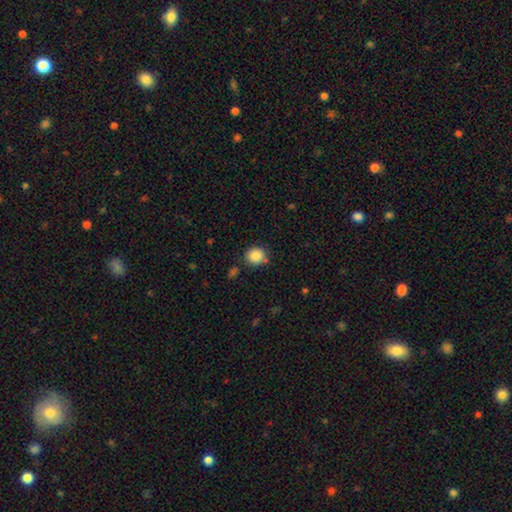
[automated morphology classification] smooth_or_featured: smooth (p=0.86) [alt: star or artifact p=0.09]
how_rounded: round (p=0.81) [alt: in between p=0.18]
merging: none (p=0.77) [alt: minor disturbance p=0.12]